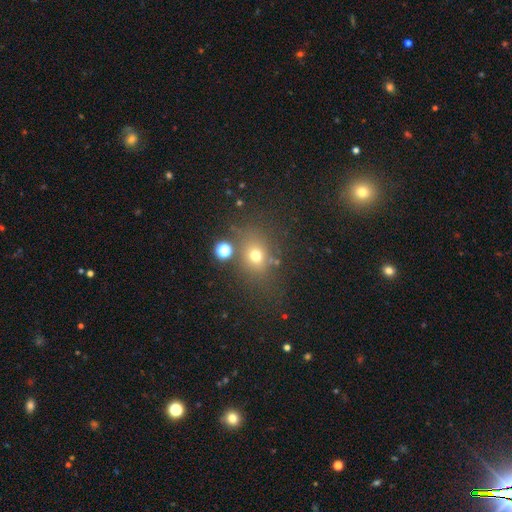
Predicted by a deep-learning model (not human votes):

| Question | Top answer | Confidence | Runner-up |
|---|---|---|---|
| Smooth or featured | smooth | 67% | star or artifact (21%) |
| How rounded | round | 57% | in between (42%) |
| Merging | none | 72% | minor disturbance (13%) |